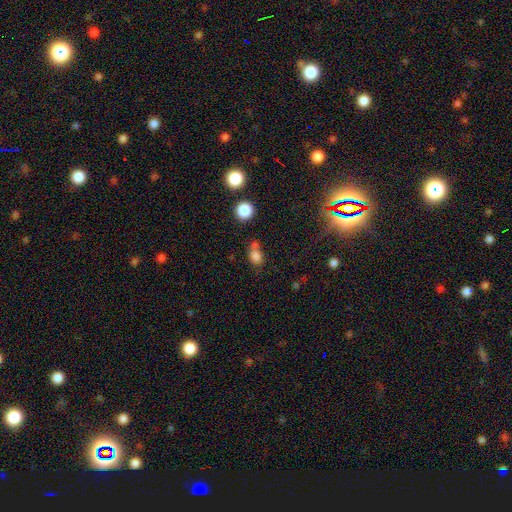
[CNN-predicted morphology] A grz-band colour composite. It shows a smooth galaxy with no disk features (78%) that is in between round and cigar-shaped (56%). Merging: none (48%).